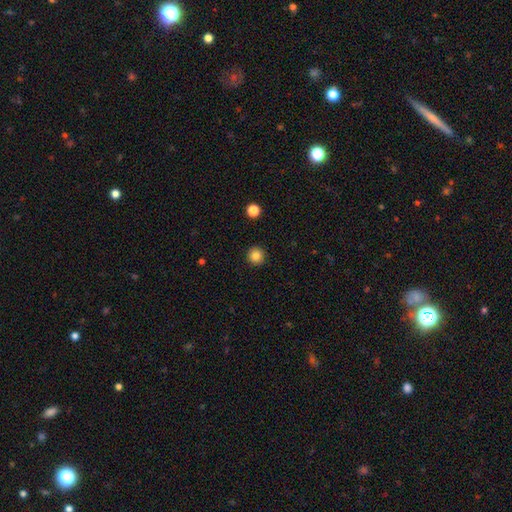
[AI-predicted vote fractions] This is clearly a smooth galaxy (85%). How rounded: clearly round (95%). Merging: clearly none (93%).